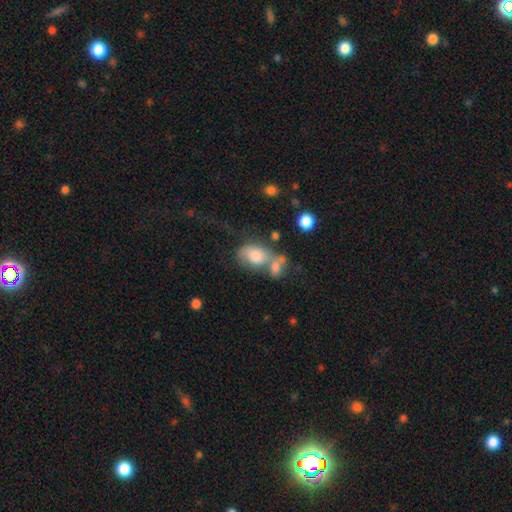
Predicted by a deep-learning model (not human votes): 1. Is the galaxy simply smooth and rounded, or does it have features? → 70% smooth, 20% featured or disk, 10% star or artifact.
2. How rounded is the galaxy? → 79% in between, 19% round, 2% cigar-shaped.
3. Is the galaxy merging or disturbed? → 42% merger, 28% none, 17% minor disturbance, 13% major disturbance.